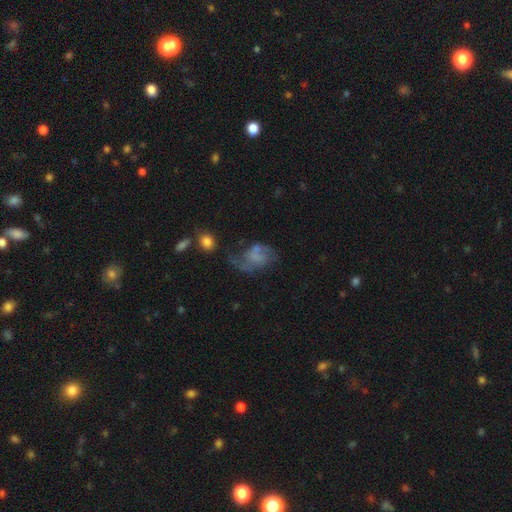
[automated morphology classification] smooth-or-featured: featured or disk: 51% | smooth: 37% | star or artifact: 13%
  disk-edge-on: no: 97% | yes: 3%
  merging: major disturbance: 39% | none: 30% | minor disturbance: 22% | merger: 9%